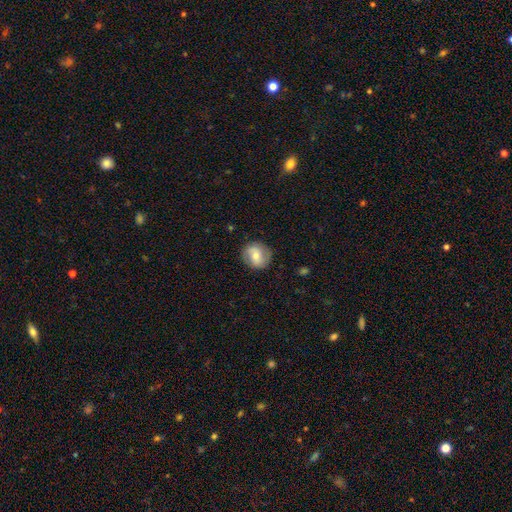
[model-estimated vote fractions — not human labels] Smooth or featured? smooth (54%)
How rounded? round (81%)
Merging? none (84%)